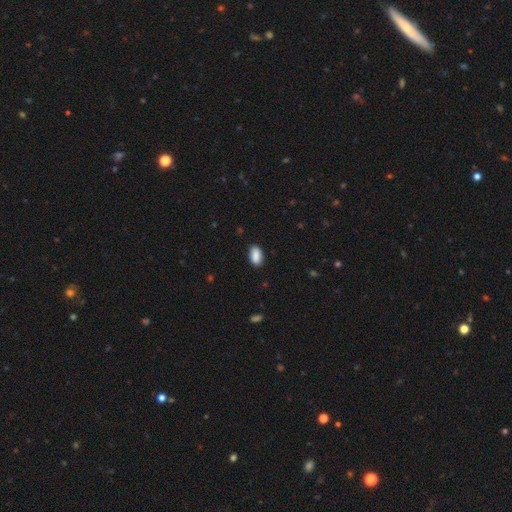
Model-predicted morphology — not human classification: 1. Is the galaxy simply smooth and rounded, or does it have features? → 89% smooth, 7% star or artifact, 4% featured or disk.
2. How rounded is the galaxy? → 93% in between, 4% cigar-shaped, 4% round.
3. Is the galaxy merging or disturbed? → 86% none, 11% minor disturbance, 2% major disturbance, 1% merger.